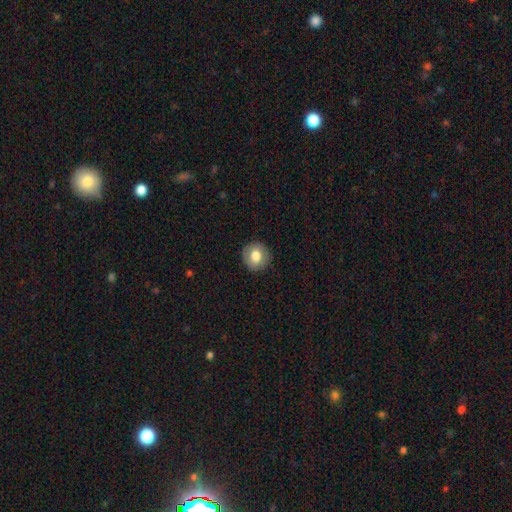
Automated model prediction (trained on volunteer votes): smooth-or-featured: smooth: 76% | featured or disk: 16% | star or artifact: 8%
  how-rounded: round: 90% | in between: 9% | cigar-shaped: 1%
  merging: none: 90% | minor disturbance: 7% | major disturbance: 2% | merger: 1%